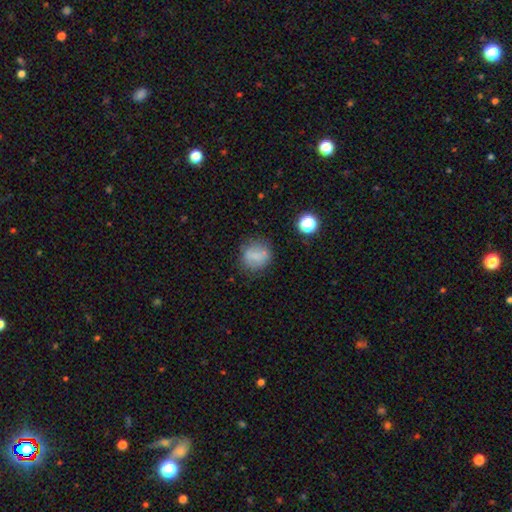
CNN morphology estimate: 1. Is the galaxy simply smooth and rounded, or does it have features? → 72% smooth, 16% featured or disk, 12% star or artifact.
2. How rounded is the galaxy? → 75% round, 23% in between, 1% cigar-shaped.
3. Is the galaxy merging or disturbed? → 68% none, 19% minor disturbance, 8% major disturbance, 5% merger.